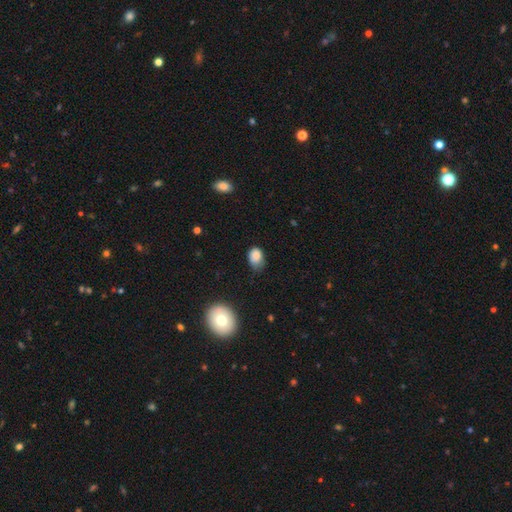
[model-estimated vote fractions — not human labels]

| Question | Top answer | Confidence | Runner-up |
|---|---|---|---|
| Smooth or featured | smooth | 81% | star or artifact (10%) |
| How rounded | in between | 74% | round (25%) |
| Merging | none | 46% | minor disturbance (41%) |